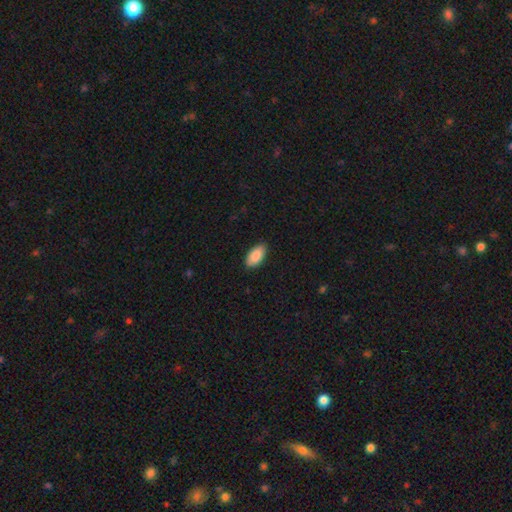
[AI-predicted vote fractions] smooth-or-featured: smooth: 88% | star or artifact: 6% | featured or disk: 5%
  how-rounded: in between: 94% | cigar-shaped: 4% | round: 2%
  merging: none: 87% | minor disturbance: 10% | major disturbance: 2% | merger: 1%